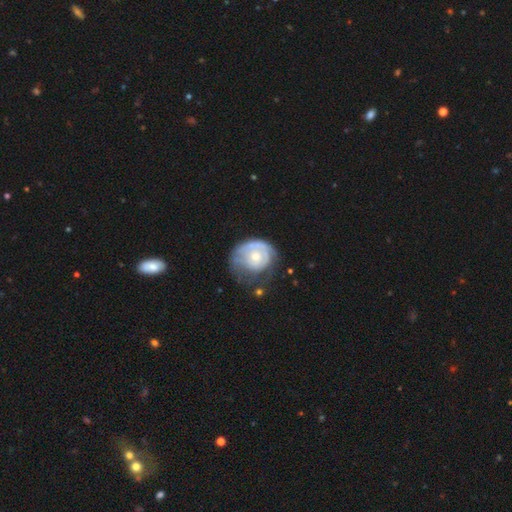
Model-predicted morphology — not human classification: A featured or disk galaxy (59%) with no bar (84%), spiral arms (60%) and a small central bulge (49%).

Vote fractions:
- Smooth or featured? featured or disk: 59% / smooth: 35% / star or artifact: 6%
- Edge-on disk? no: 97% / yes: 3%
- Bar? no: 84% / weak: 14% / strong: 2%
- Spiral arms? yes: 60% / no: 40%
- Bulge size? small: 49% / moderate: 44% / large: 4% / none: 2% / dominant: 1%
- Merging? none: 41% / minor disturbance: 30% / major disturbance: 26% / merger: 3%